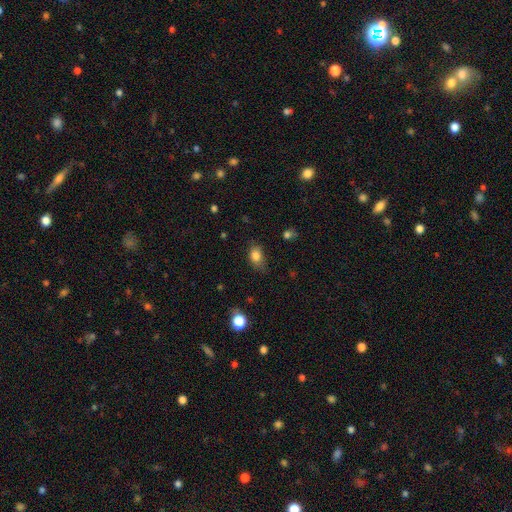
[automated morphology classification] type=smooth (82%); roundness=in between (72%); merging=none (59%).